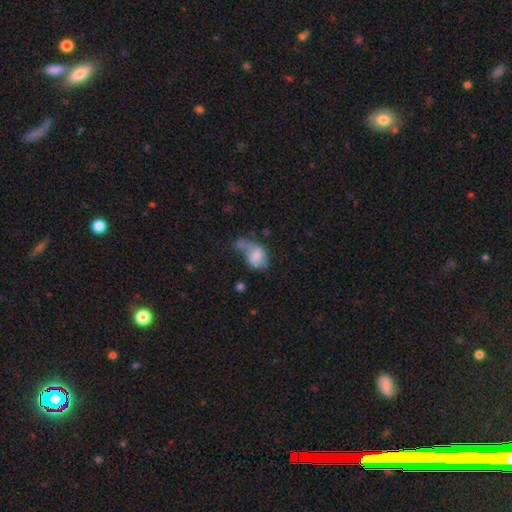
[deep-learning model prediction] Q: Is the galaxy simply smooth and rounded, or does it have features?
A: smooth — 68%.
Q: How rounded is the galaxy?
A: in between — 74%.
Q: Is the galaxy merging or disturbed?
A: major disturbance — 29%.